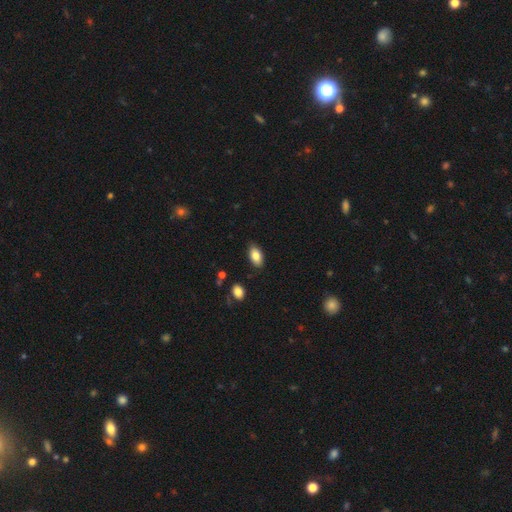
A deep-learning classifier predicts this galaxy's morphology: Smooth or featured?
  - smooth: 84% *
  - featured or disk: 8%
  - star or artifact: 8%
How rounded?
  - in between: 93% *
  - round: 4%
  - cigar-shaped: 3%
Merging?
  - none: 86% *
  - minor disturbance: 11%
  - major disturbance: 2%
  - merger: 2%